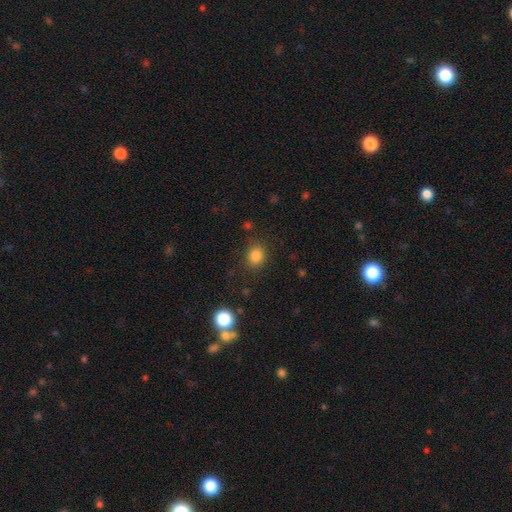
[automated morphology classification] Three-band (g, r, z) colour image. It shows a smooth galaxy with no disk features (83%) that is round (68%). Merging: none (84%).